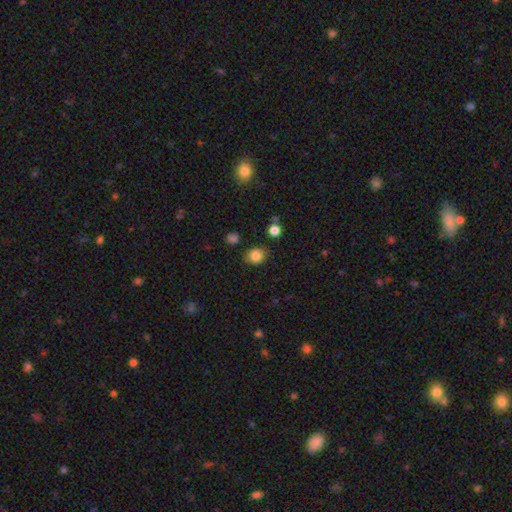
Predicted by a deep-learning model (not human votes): Smooth or featured? smooth (84%)
How rounded? round (57%)
Merging? none (81%)